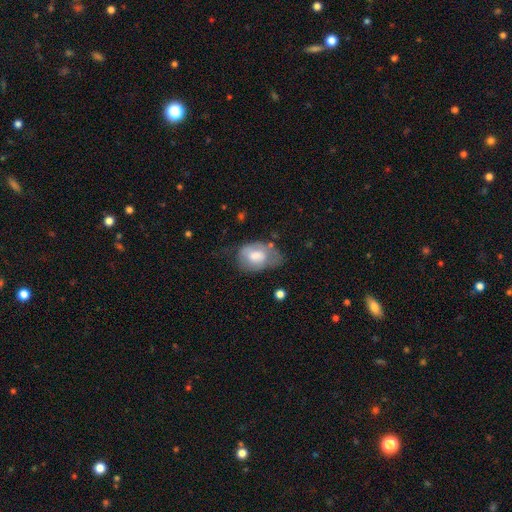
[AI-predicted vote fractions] Smooth or featured?
  - smooth: 62% *
  - featured or disk: 31%
  - star or artifact: 7%
How rounded?
  - in between: 80% *
  - round: 19%
  - cigar-shaped: 1%
Merging?
  - minor disturbance: 36% *
  - none: 32%
  - major disturbance: 28%
  - merger: 4%